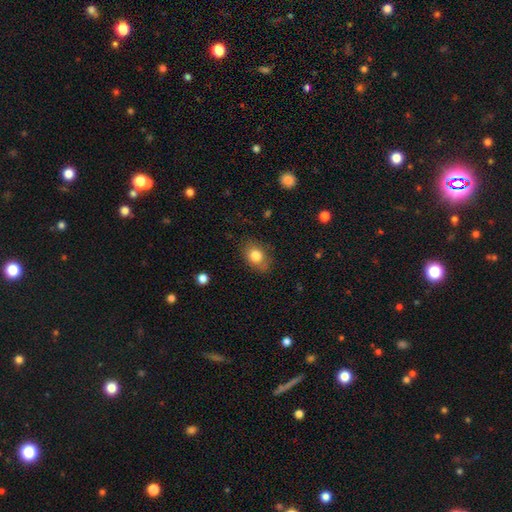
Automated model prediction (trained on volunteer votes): smooth_or_featured: smooth (p=0.80) [alt: featured or disk p=0.11]
how_rounded: in between (p=0.68) [alt: round p=0.31]
merging: none (p=0.78) [alt: minor disturbance p=0.16]